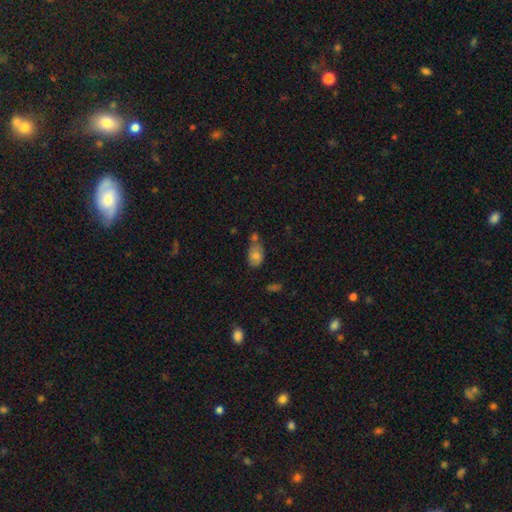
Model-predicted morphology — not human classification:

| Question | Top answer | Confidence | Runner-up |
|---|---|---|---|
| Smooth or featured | smooth | 75% | featured or disk (17%) |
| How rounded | in between | 84% | round (14%) |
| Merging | none | 44% | merger (27%) |